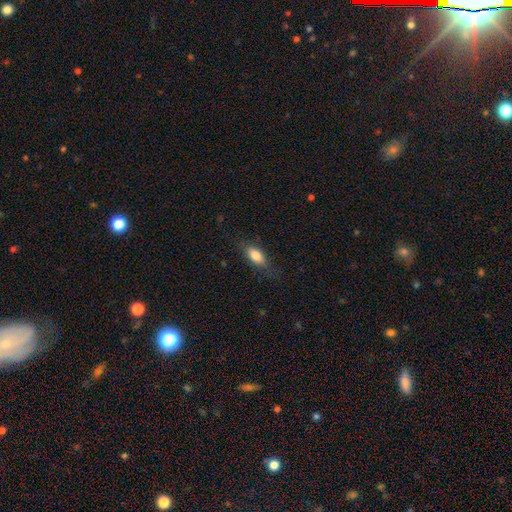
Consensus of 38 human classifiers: Smooth or featured: smooth — 79% (featured or disk — 16%)
How rounded: in between — 83% (cigar-shaped — 17%)
Merging: none — 75% (minor disturbance — 25%)